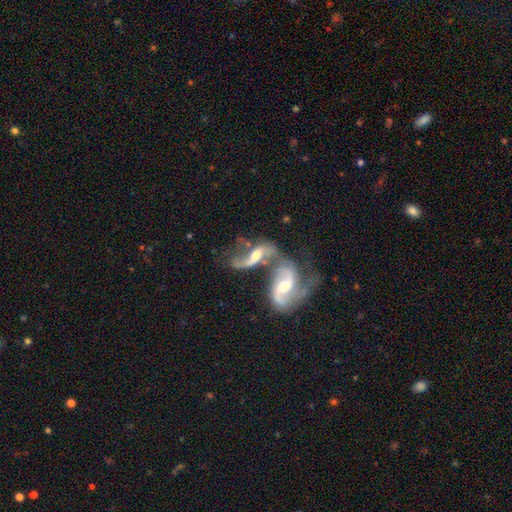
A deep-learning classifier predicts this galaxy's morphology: This is likely a featured or disk galaxy (78%). It is clearly not viewed edge-on (93%). Bar: marginally weak (44%). Spiral arm pattern: clearly yes (89%). Spiral arm count: clearly 2 (83%). Spiral winding: likely loose (78%). Central bulge: possibly moderate (54%). Merging: likely merger (71%).